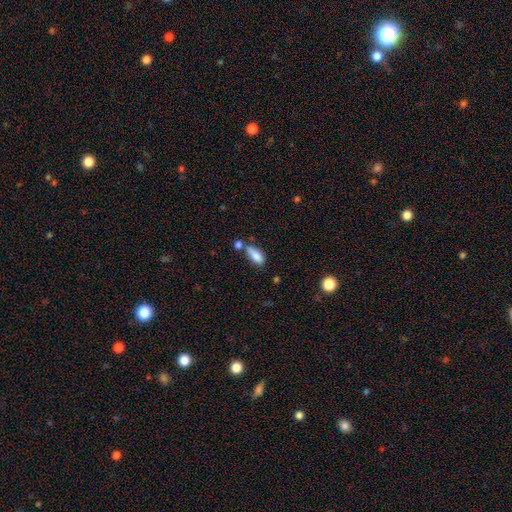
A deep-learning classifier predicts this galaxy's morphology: Smooth or featured? smooth (83%)
How rounded? in between (79%)
Merging? none (47%)